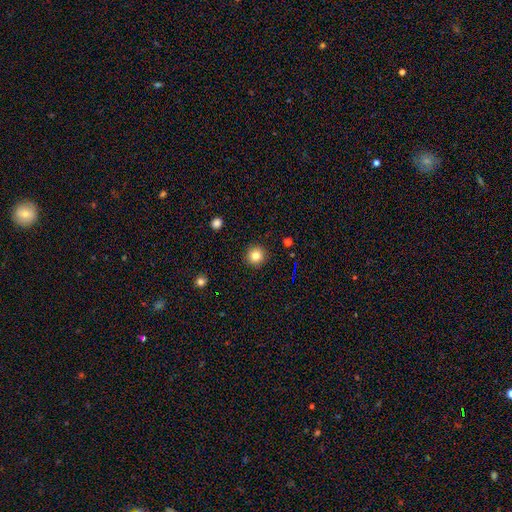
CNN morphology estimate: The model was most divided on "smooth or featured": smooth: 82%, star or artifact: 12%, featured or disk: 7%. More confident: how rounded — round (94%); merging — none (92%).